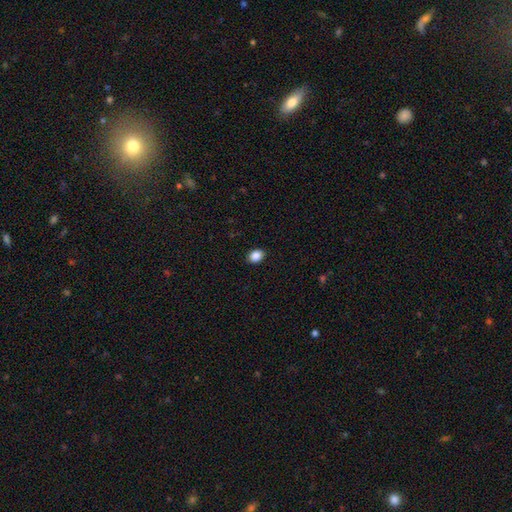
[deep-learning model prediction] smooth_or_featured: smooth (p=0.88) [alt: star or artifact p=0.09]
how_rounded: in between (p=0.65) [alt: round p=0.33]
merging: none (p=0.90) [alt: minor disturbance p=0.07]